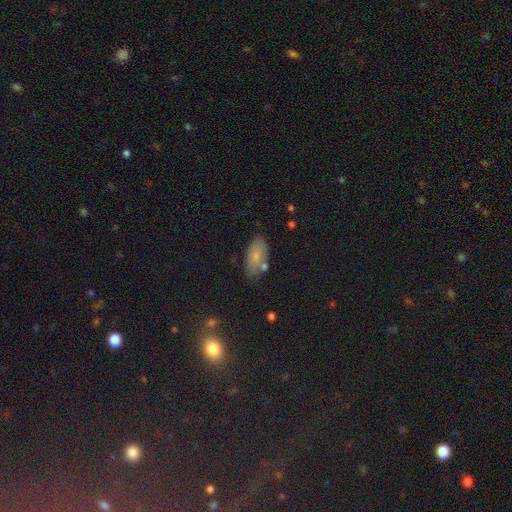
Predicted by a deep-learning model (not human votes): smooth 74%, featured or disk 16%, star or artifact 10%. Down the decision tree: how rounded — in between (90%); merging — none (71%).